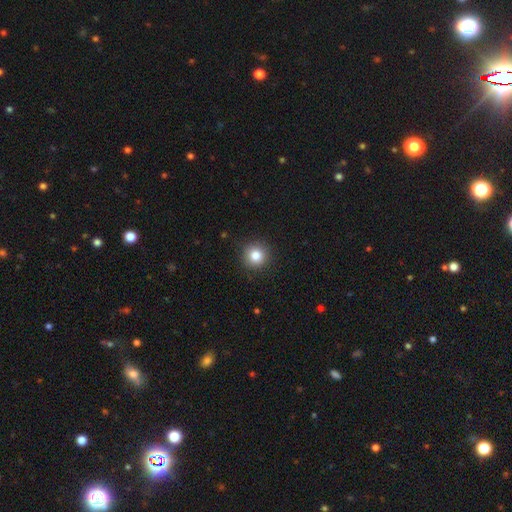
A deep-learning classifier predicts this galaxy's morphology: A smooth galaxy with no disk features (83%) that is round (93%).

Vote fractions:
- Smooth or featured? smooth: 83% / star or artifact: 11% / featured or disk: 6%
- How rounded? round: 93% / in between: 6% / cigar-shaped: 1%
- Merging? none: 90% / minor disturbance: 7% / major disturbance: 2% / merger: 1%